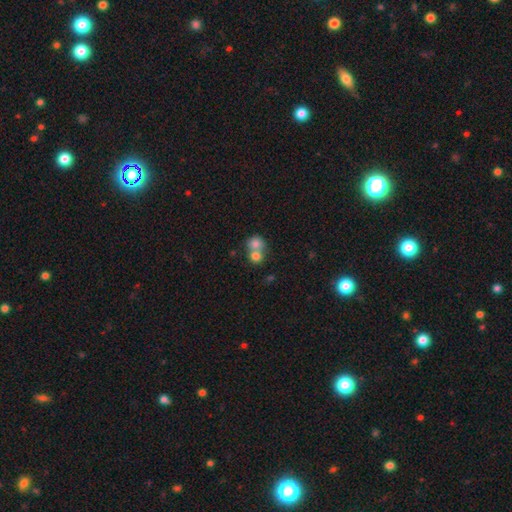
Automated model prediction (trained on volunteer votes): A smooth galaxy with no disk features (76%) that is round (78%).

Vote fractions:
- Smooth or featured? smooth: 76% / featured or disk: 13% / star or artifact: 10%
- How rounded? round: 78% / in between: 21% / cigar-shaped: 1%
- Merging? merger: 63% / none: 29% / minor disturbance: 5% / major disturbance: 3%